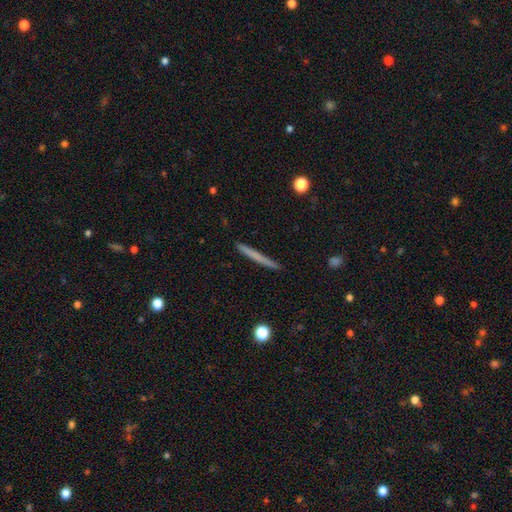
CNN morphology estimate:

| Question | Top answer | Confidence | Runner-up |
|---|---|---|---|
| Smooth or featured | smooth | 60% | featured or disk (33%) |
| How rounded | cigar-shaped | 97% | in between (2%) |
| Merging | none | 91% | minor disturbance (6%) |